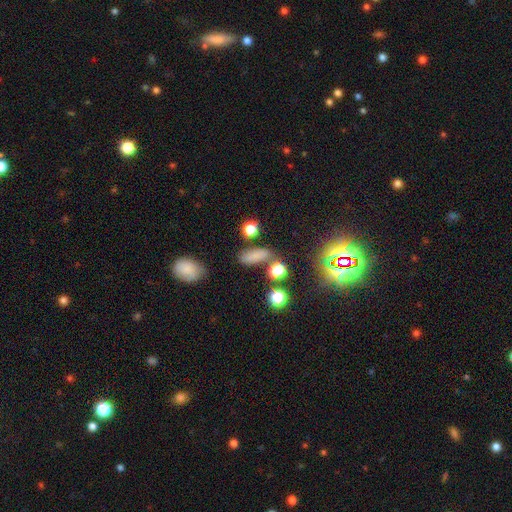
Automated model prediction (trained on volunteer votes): The model was most divided on "how rounded": in between: 67%, cigar-shaped: 24%, round: 9%. More confident: smooth or featured — smooth (77%); merging — none (69%).